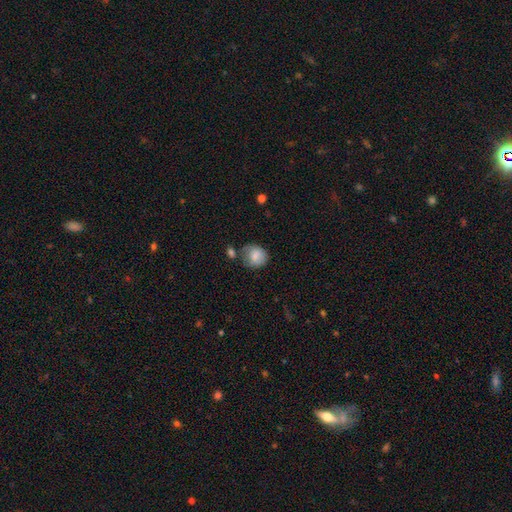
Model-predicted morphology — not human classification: This appears to be a smooth galaxy with no disk features (81%) that is round (72%). Merging: none (57%).